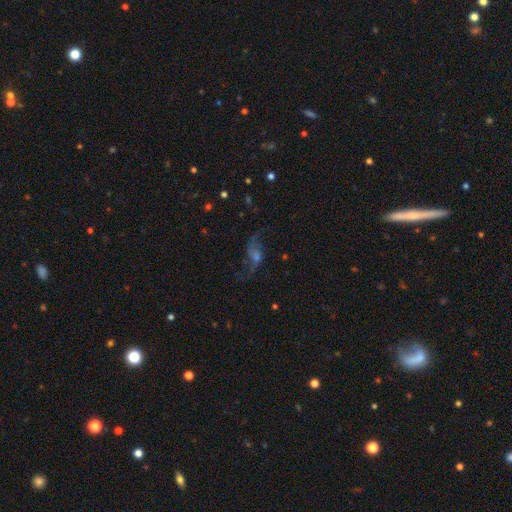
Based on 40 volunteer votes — This is clearly a featured or disk galaxy (85%). It is likely not viewed edge-on (79%). Bar: likely no (78%). Spiral arm pattern: clearly yes (96%). Spiral arm count: clearly 2 (85%). Spiral winding: clearly loose (96%). Central bulge: possibly small (59%). Merging: likely none (67%).